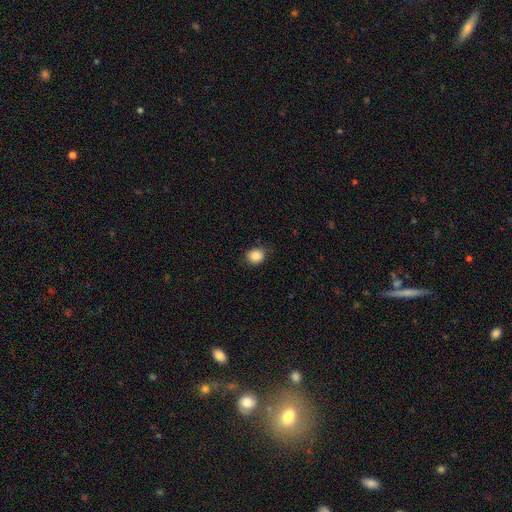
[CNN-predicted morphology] The model was most divided on "how rounded": round: 69%, in between: 30%, cigar-shaped: 1%. More confident: smooth or featured — smooth (87%); merging — none (84%).